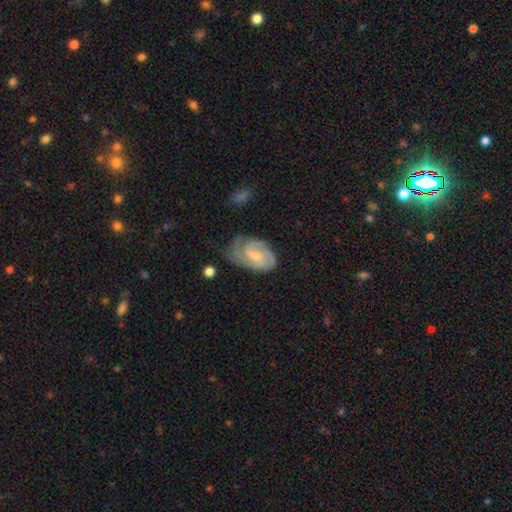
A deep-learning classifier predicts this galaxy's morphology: Smooth or featured?
  - featured or disk: 73% *
  - smooth: 21%
  - star or artifact: 6%
Edge-on disk?
  - no: 97% *
  - yes: 3%
Bar?
  - weak: 46% *
  - no: 44%
  - strong: 9%
Spiral arms?
  - yes: 93% *
  - no: 7%
Spiral winding?
  - tight: 50% *
  - medium: 38%
  - loose: 12%
Spiral arm count?
  - 2: 41% *
  - can't tell: 26%
  - 3: 18%
  - 1: 8%
  - 4: 4%
  - more than 4: 3%
Bulge size?
  - small: 61% *
  - moderate: 30%
  - none: 6%
  - large: 2%
  - dominant: 1%
Merging?
  - none: 49% *
  - minor disturbance: 32%
  - major disturbance: 17%
  - merger: 2%